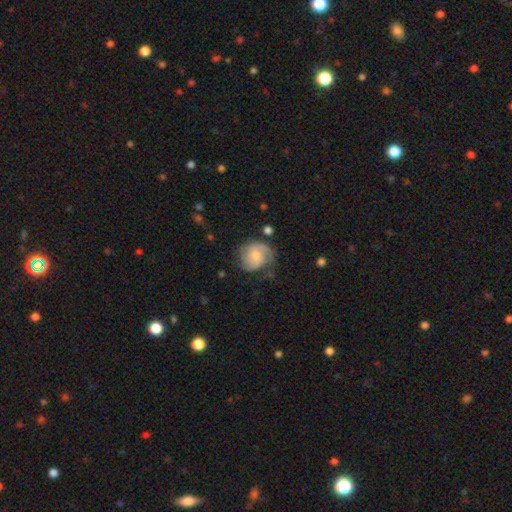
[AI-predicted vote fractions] Overall: featured or disk (68%). Edge-on disk: no (98%). Bar: no (63%; weak 32%). Spiral arms: yes (92%). Spiral arm count: 2 (60%). Spiral winding: medium (43%; tight 36%). Bulge size: small (46%; moderate 43%). Merging: none (59%; minor disturbance 25%).